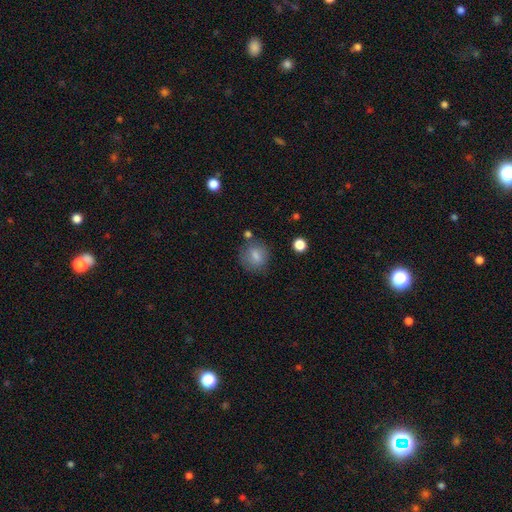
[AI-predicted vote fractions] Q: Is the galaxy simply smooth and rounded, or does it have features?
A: smooth — 78%.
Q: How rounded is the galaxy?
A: round — 69%.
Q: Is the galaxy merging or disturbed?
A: none — 73%.